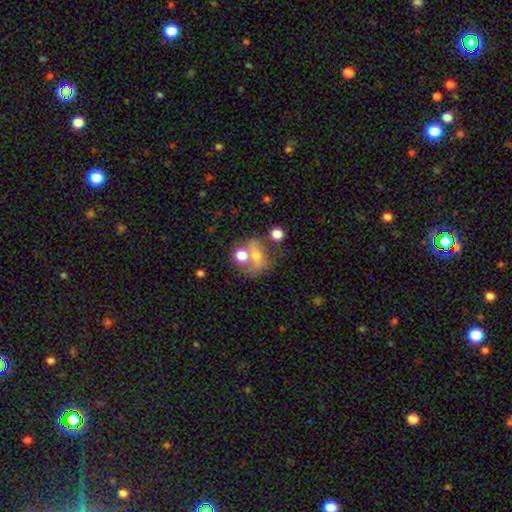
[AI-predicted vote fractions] smooth_or_featured: smooth (p=0.52) [alt: featured or disk p=0.34]
how_rounded: round (p=0.49) [alt: in between p=0.48]
merging: none (p=0.40) [alt: merger p=0.35]